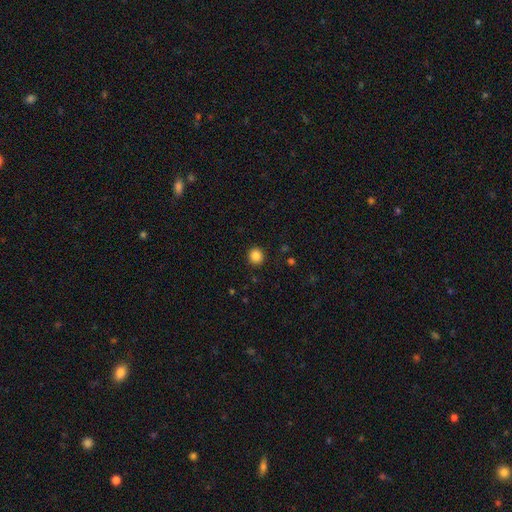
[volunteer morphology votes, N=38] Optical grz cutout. It shows a smooth galaxy with no disk features (87%) that is round (88%). Merging: none (88%).